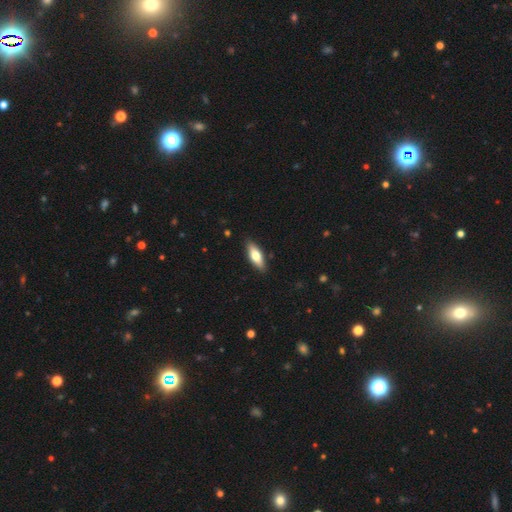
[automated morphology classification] Smooth or featured? Predicted: smooth (p=0.67). How rounded? Predicted: in between (p=0.64). Merging? Predicted: none (p=0.88).